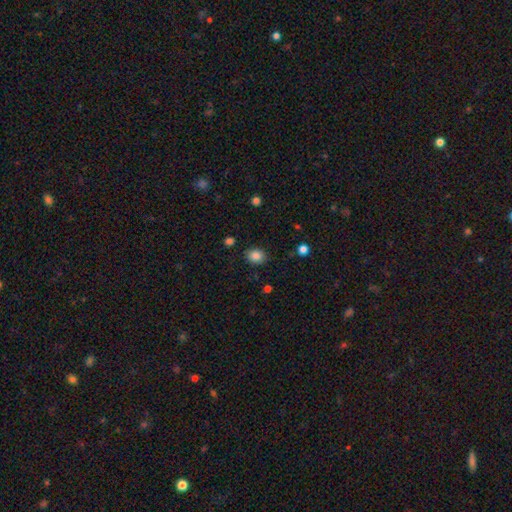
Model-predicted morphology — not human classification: smooth_or_featured: smooth (p=0.85) [alt: star or artifact p=0.10]
how_rounded: in between (p=0.53) [alt: round p=0.46]
merging: none (p=0.84) [alt: minor disturbance p=0.11]